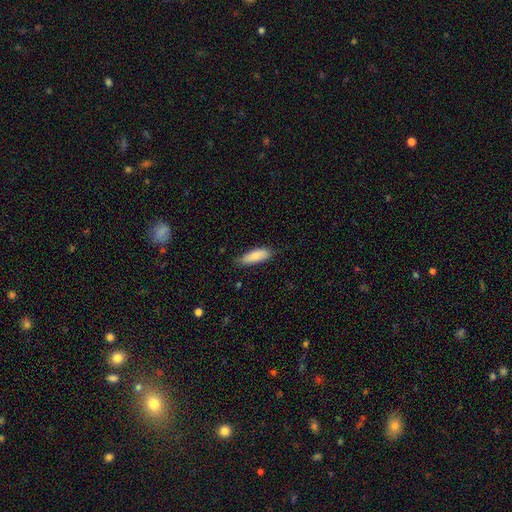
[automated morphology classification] Overall: smooth (83%). How rounded: in between (67%; cigar-shaped 31%). Merging: none (77%).